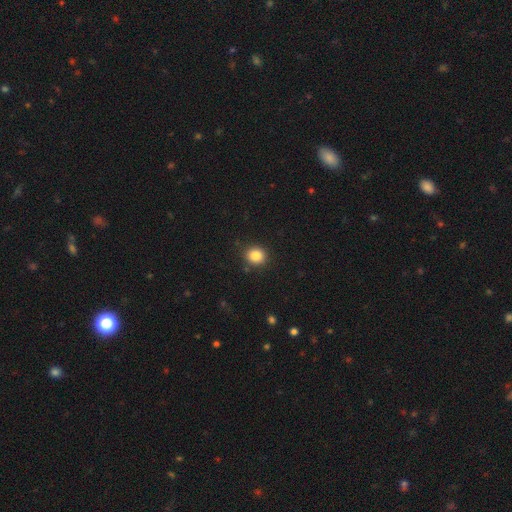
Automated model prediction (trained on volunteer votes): Smooth or featured? Predicted: smooth (p=0.85). How rounded? Predicted: round (p=0.81). Merging? Predicted: none (p=0.88).